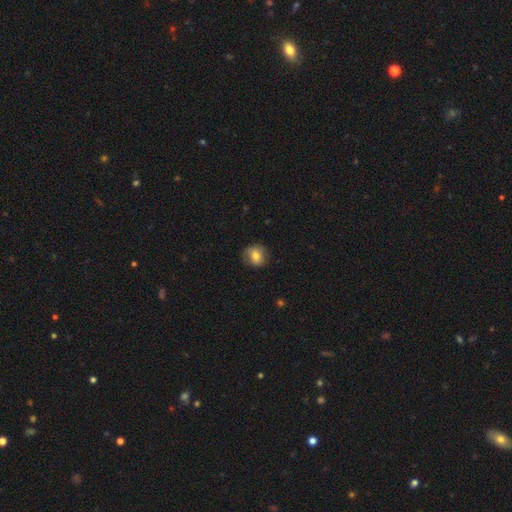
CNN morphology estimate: type=smooth (71%); roundness=round (79%); merging=none (77%).